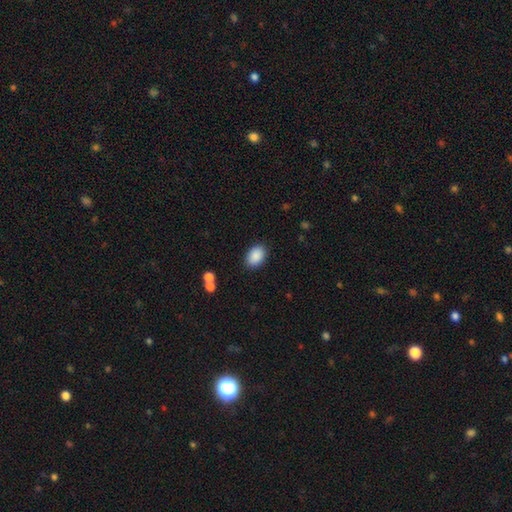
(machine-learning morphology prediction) This is clearly a smooth galaxy (89%). How rounded: clearly in between (87%). Merging: clearly none (87%).